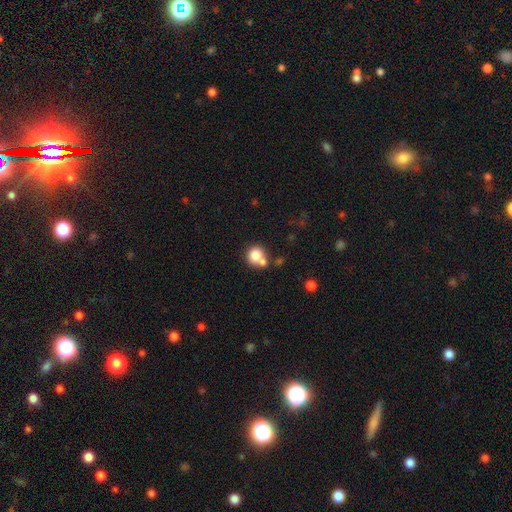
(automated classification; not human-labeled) This is likely a smooth galaxy (79%). How rounded: clearly round (85%). Merging: possibly none (47%).